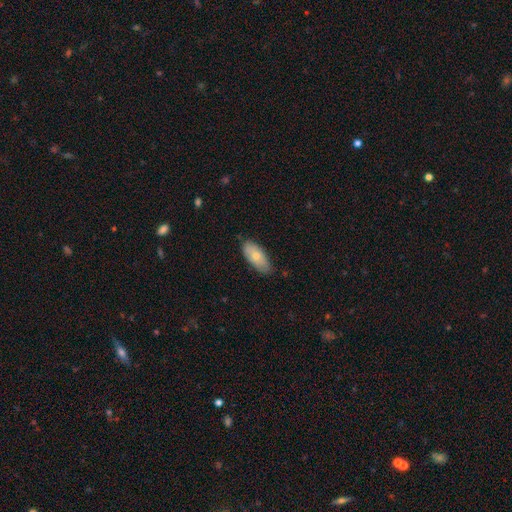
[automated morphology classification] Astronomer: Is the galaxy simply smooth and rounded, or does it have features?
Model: smooth — 70%.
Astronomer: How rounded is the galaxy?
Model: in between — 89%.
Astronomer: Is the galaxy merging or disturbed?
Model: none — 77%.